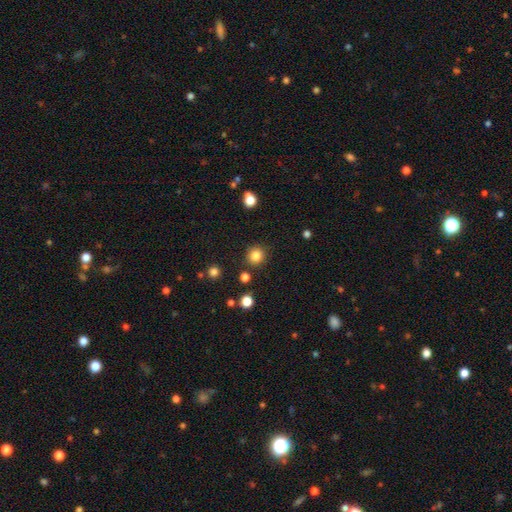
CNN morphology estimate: Overall: smooth (84%). How rounded: round (92%). Merging: none (89%).